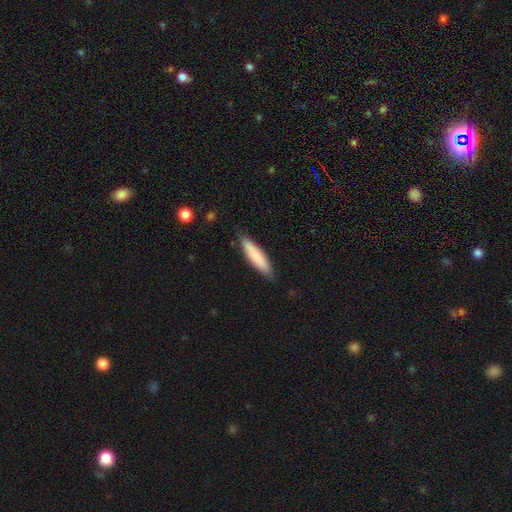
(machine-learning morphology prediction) The model was most divided on "how rounded": cigar-shaped: 75%, in between: 24%, round: 1%. More confident: merging — none (85%); smooth or featured — smooth (83%).